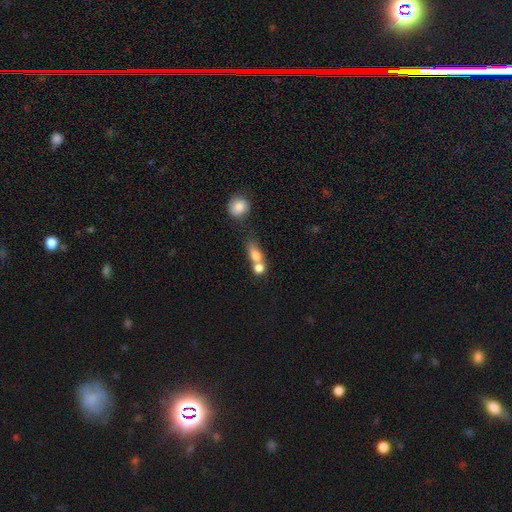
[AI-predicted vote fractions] Smooth or featured?
  - smooth: 77% *
  - featured or disk: 13%
  - star or artifact: 10%
How rounded?
  - in between: 52% *
  - round: 40%
  - cigar-shaped: 8%
Merging?
  - merger: 56% *
  - none: 30%
  - minor disturbance: 9%
  - major disturbance: 6%